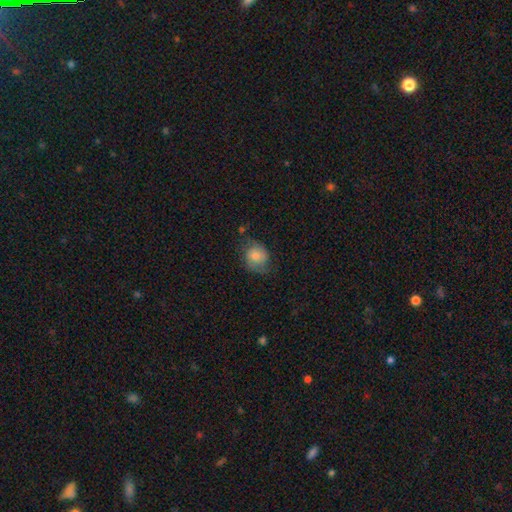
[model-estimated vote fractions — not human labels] smooth_or_featured: smooth (p=0.68) [alt: featured or disk p=0.24]
how_rounded: round (p=0.68) [alt: in between p=0.31]
merging: none (p=0.56) [alt: minor disturbance p=0.29]